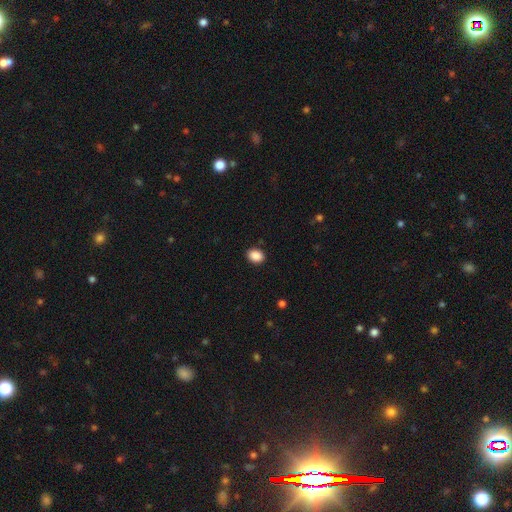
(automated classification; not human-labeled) This is clearly a smooth galaxy (89%). How rounded: likely in between (63%). Merging: clearly none (89%).